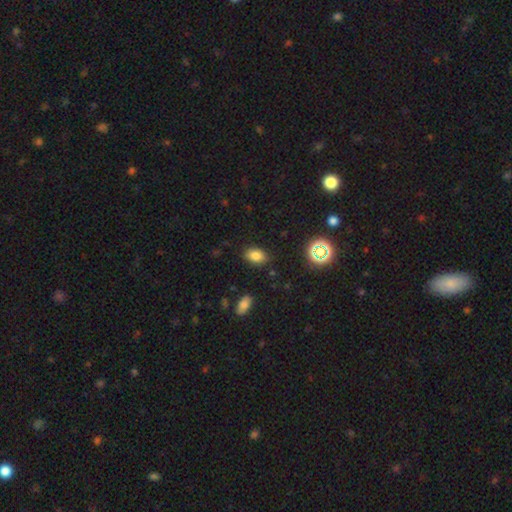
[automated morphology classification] A smooth galaxy with no disk features (81%) that is in between round and cigar-shaped (85%).

Vote fractions:
- Smooth or featured? smooth: 81% / star or artifact: 12% / featured or disk: 7%
- How rounded? in between: 85% / round: 13% / cigar-shaped: 2%
- Merging? none: 84% / minor disturbance: 12% / major disturbance: 3% / merger: 2%